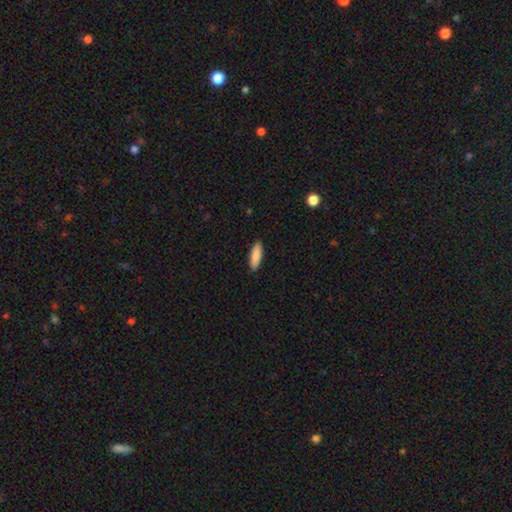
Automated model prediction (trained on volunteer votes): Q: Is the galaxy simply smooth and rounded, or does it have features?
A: smooth — 88%.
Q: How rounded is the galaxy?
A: in between — 51%.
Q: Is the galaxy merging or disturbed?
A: none — 89%.